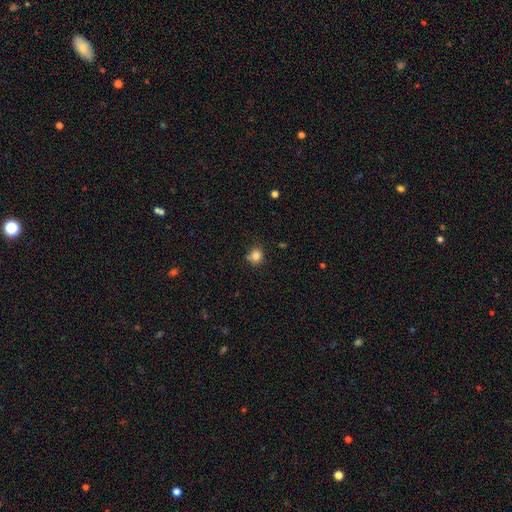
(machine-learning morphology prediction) Smooth or featured? smooth (83%)
How rounded? round (83%)
Merging? none (70%)